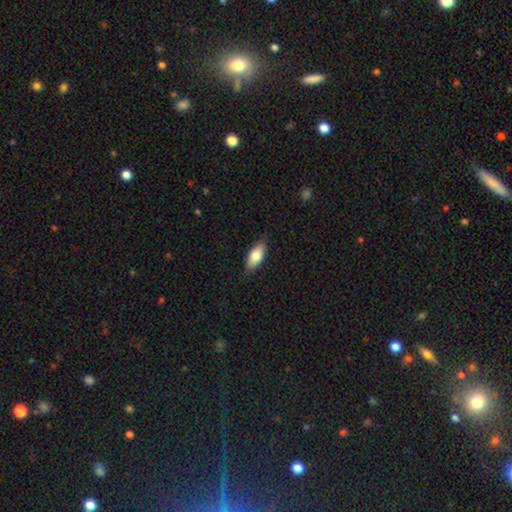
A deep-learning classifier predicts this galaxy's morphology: This appears to be a smooth galaxy with no disk features (77%) that is in between round and cigar-shaped (84%). Merging: none (81%).